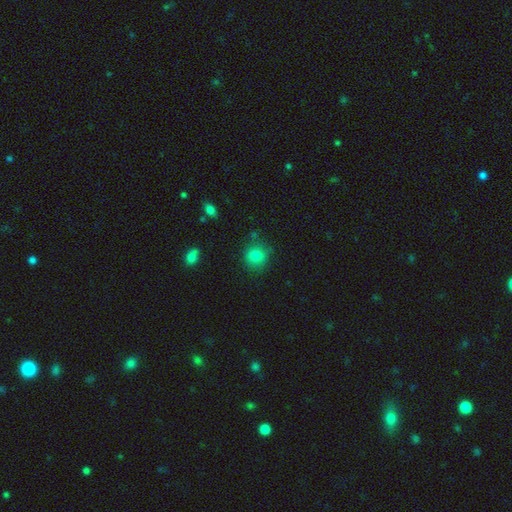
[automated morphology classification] Q: Smooth or featured?
A: smooth (83%); runner-up: star or artifact (11%)
Q: How rounded?
A: round (82%); runner-up: in between (17%)
Q: Merging?
A: none (79%); runner-up: minor disturbance (14%)